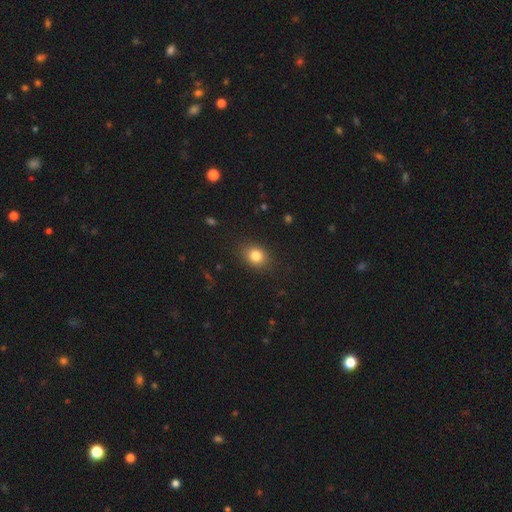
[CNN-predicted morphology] smooth 83%, star or artifact 11%, featured or disk 7%. Down the decision tree: how rounded — in between (50%); merging — none (85%).